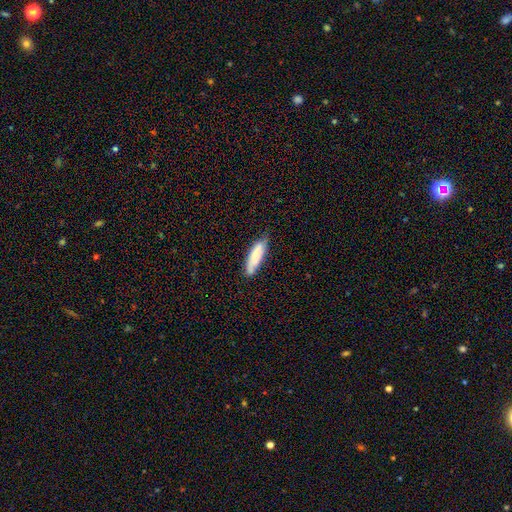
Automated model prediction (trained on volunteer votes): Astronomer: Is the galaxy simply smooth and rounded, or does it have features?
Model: smooth — 76%.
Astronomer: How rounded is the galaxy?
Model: cigar-shaped — 59% (runner-up: in between, 40%).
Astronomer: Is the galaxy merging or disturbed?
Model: none — 71%.